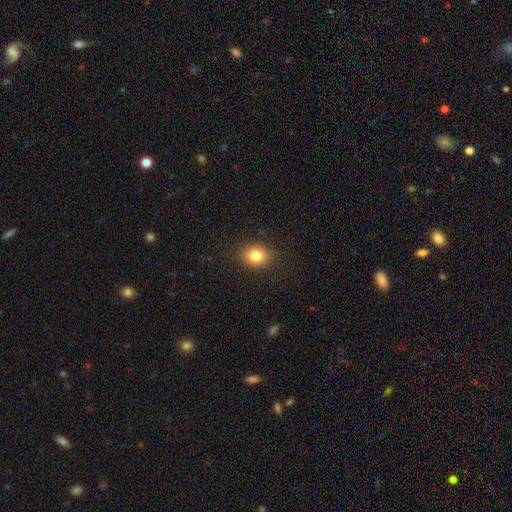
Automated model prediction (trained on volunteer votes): Q: Smooth or featured?
A: smooth (82%); runner-up: star or artifact (11%)
Q: How rounded?
A: round (55%); runner-up: in between (44%)
Q: Merging?
A: none (88%); runner-up: minor disturbance (9%)